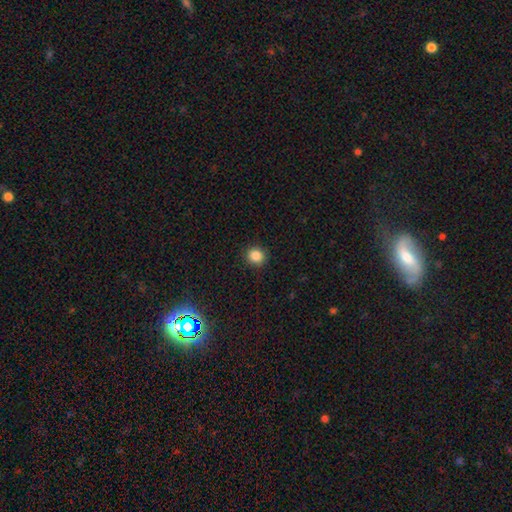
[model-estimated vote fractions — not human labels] This is clearly a smooth galaxy (85%). How rounded: clearly round (90%). Merging: clearly none (92%).